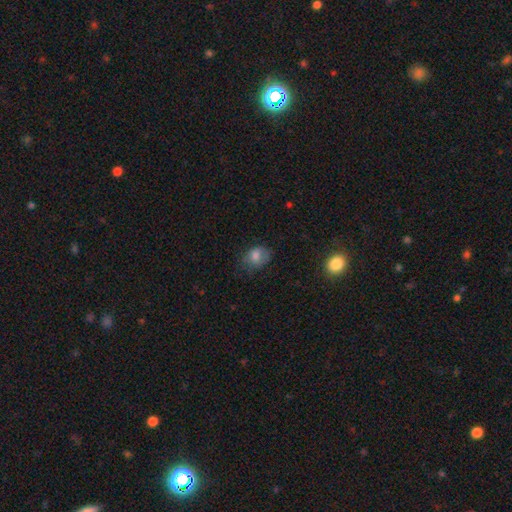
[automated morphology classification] smooth 75%, featured or disk 14%, star or artifact 11%. Down the decision tree: how rounded — in between (66%); merging — none (55%).